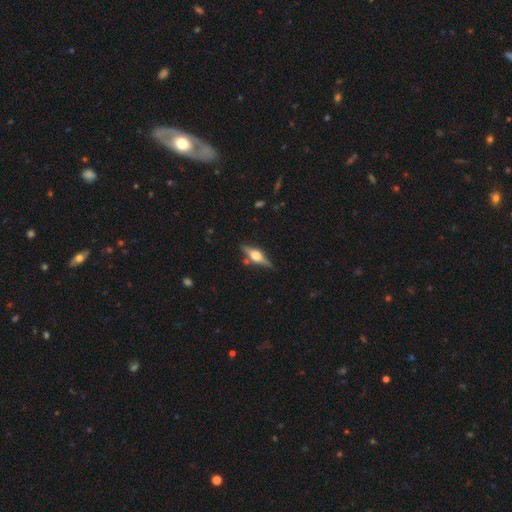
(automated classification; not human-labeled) Smooth or featured? Predicted: featured or disk (p=0.73). Edge-on disk? Predicted: yes (p=0.97). Edge-on bulge? Predicted: rounded (p=0.93). Merging? Predicted: none (p=0.82).